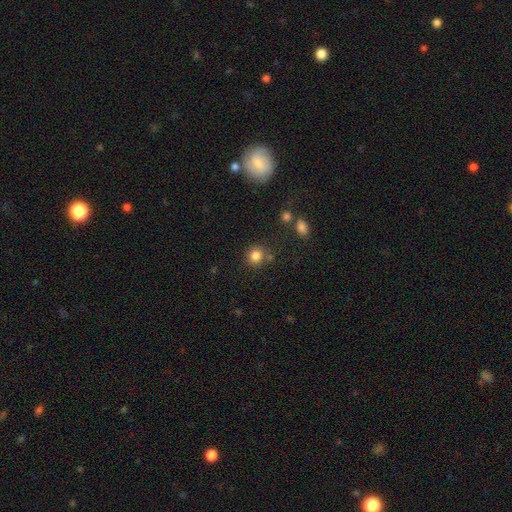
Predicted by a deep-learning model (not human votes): This is clearly a smooth galaxy (82%). How rounded: clearly round (89%). Merging: likely none (78%).